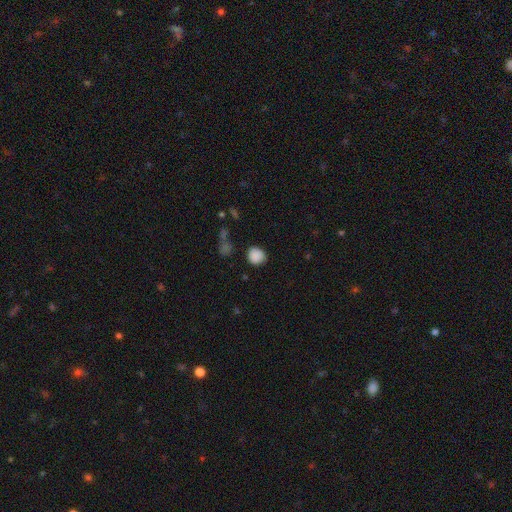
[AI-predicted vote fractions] Smooth or featured? Predicted: smooth (p=0.86). How rounded? Predicted: round (p=0.80). Merging? Predicted: none (p=0.77).